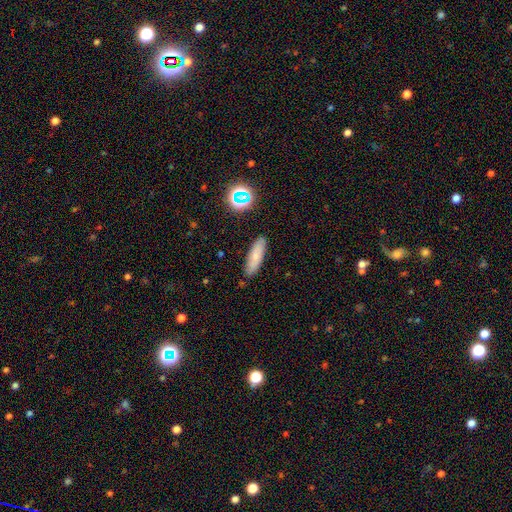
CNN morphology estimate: A smooth galaxy with no disk features (74%) that is cigar-shaped (58%). Merging: none (85%).